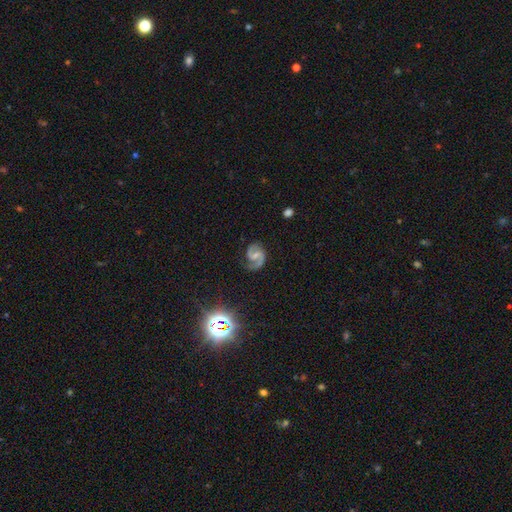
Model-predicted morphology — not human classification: Smooth or featured? Predicted: featured or disk (p=0.88). Edge-on disk? Predicted: no (p=0.98). Bar? Predicted: weak (p=0.47). Spiral arms? Predicted: yes (p=0.98). Spiral winding? Predicted: medium (p=0.60). Spiral arm count? Predicted: 2 (p=0.91). Bulge size? Predicted: small (p=0.53). Merging? Predicted: none (p=0.77).